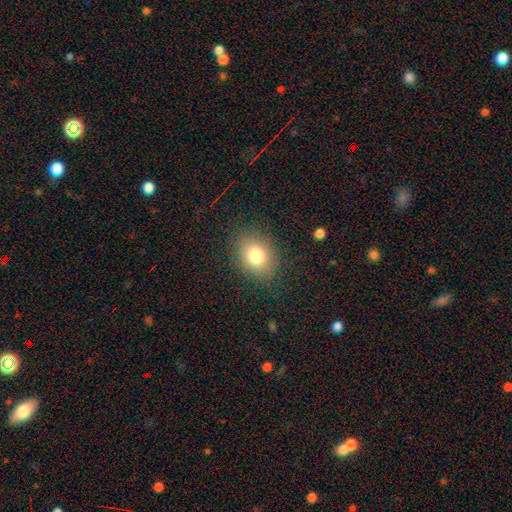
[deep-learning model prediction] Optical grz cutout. It shows a smooth galaxy with no disk features (79%) that is in between round and cigar-shaped (57%). Merging: none (85%).